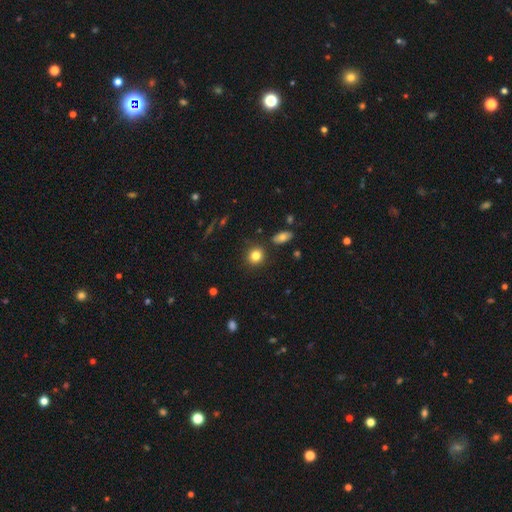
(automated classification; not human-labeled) This appears to be a smooth galaxy with no disk features (82%) that is round (82%). Merging: none (87%).